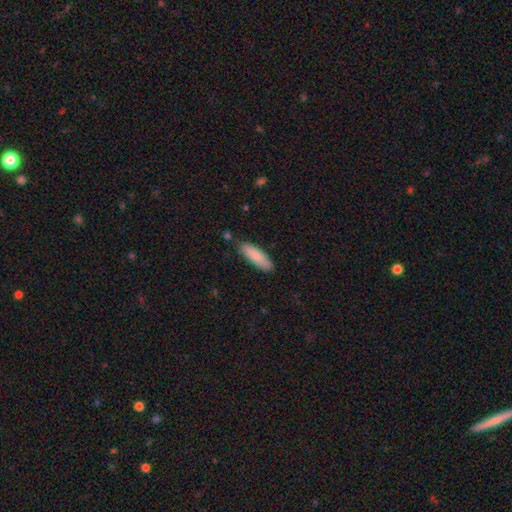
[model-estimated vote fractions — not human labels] smooth 86%, featured or disk 8%, star or artifact 6%. Down the decision tree: how rounded — cigar-shaped (53%); merging — none (84%).